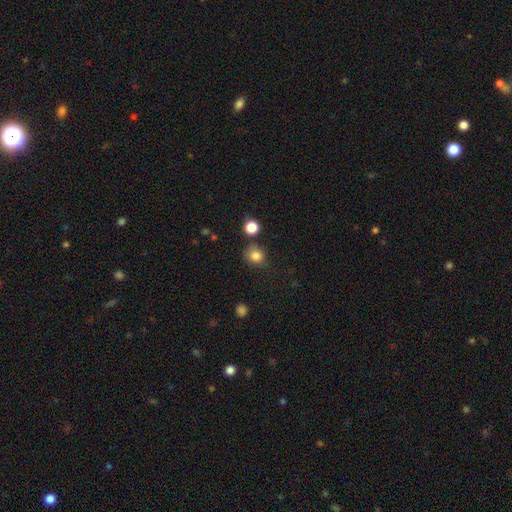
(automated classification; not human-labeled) Q: Smooth or featured?
A: smooth (82%); runner-up: star or artifact (12%)
Q: How rounded?
A: round (80%); runner-up: in between (19%)
Q: Merging?
A: none (74%); runner-up: minor disturbance (15%)